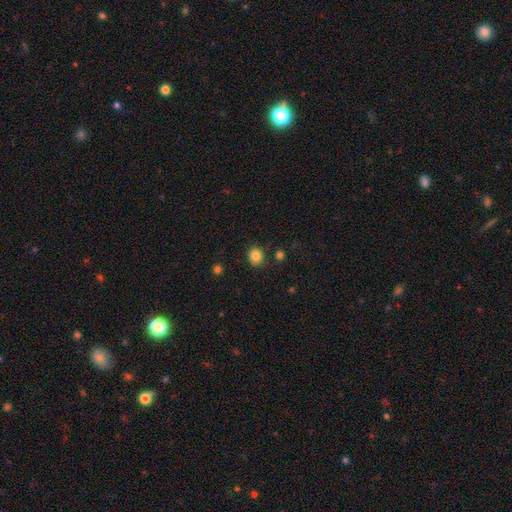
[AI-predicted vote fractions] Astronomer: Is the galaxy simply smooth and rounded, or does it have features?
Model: smooth — 83%.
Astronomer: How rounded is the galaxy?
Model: round — 77%.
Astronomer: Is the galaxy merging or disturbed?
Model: none — 84%.